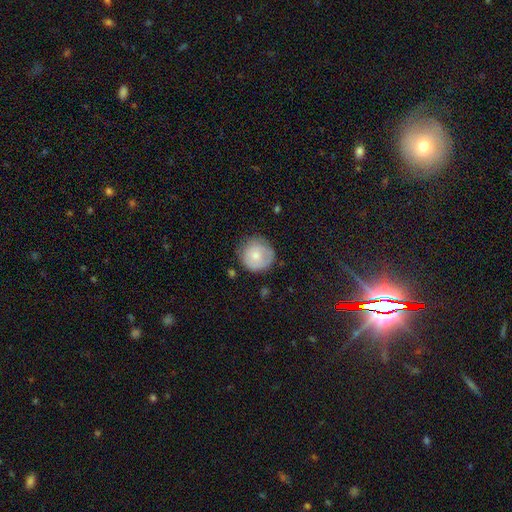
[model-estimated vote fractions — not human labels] Smooth or featured: smooth — 69% (featured or disk — 24%)
How rounded: round — 91% (in between — 8%)
Merging: none — 69% (minor disturbance — 23%)